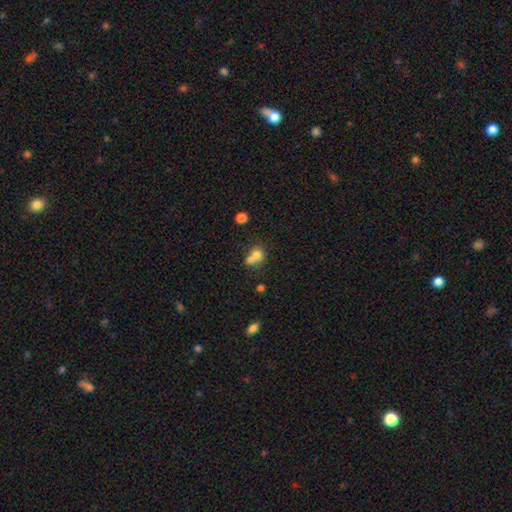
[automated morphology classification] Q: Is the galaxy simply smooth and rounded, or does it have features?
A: smooth — 71%.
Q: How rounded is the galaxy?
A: round — 65%.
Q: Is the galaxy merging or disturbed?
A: merger — 62%.